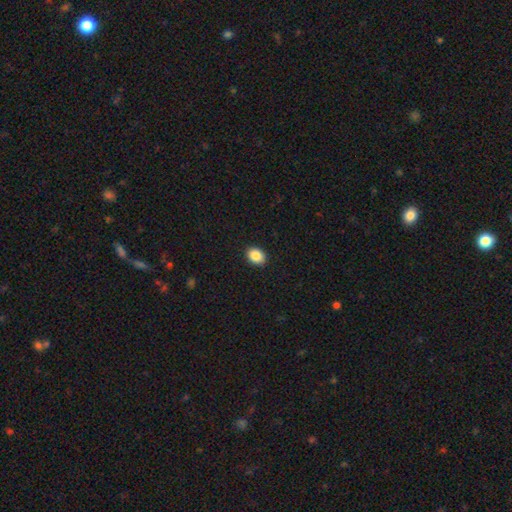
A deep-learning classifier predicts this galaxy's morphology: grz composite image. It shows a smooth galaxy with no disk features (88%) that is in between round and cigar-shaped (67%). Merging: none (91%).